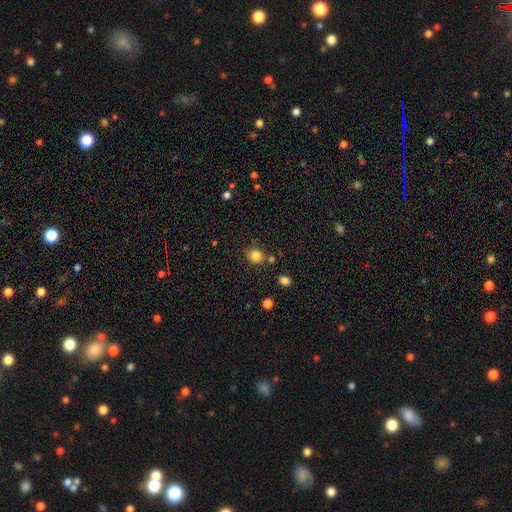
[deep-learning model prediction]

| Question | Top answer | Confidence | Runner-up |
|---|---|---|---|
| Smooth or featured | smooth | 83% | star or artifact (12%) |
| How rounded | round | 81% | in between (18%) |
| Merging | none | 81% | minor disturbance (10%) |